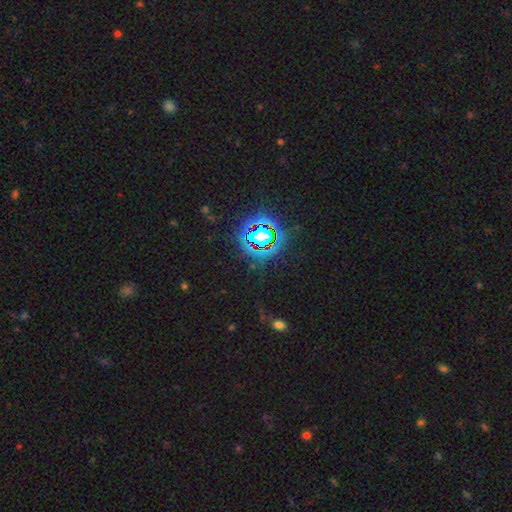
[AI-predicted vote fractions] This appears to be a star or artifact, not a galaxy (81%).